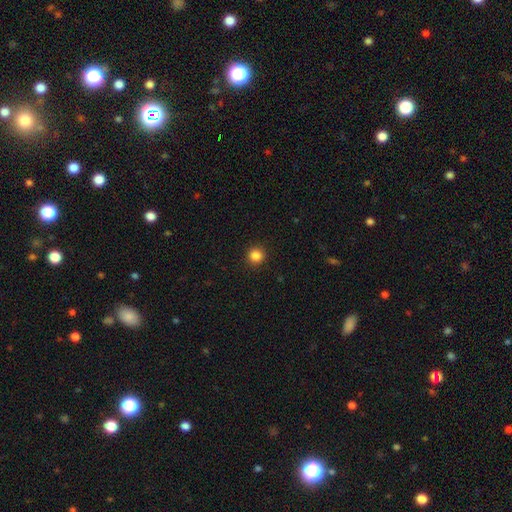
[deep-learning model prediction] Smooth or featured? Predicted: smooth (p=0.85). How rounded? Predicted: round (p=0.95). Merging? Predicted: none (p=0.93).